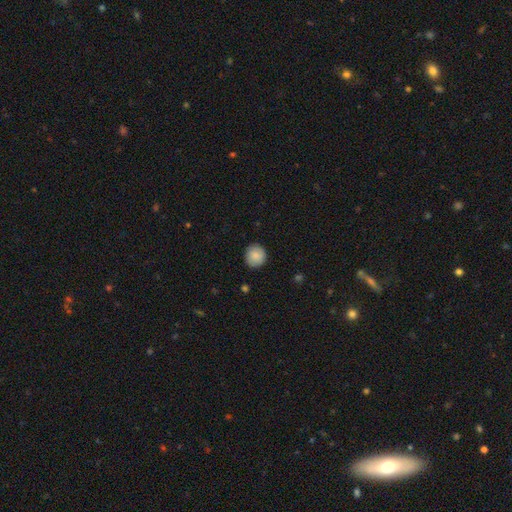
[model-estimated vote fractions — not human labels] This appears to be a smooth galaxy with no disk features (88%) that is round (90%). Merging: none (89%).